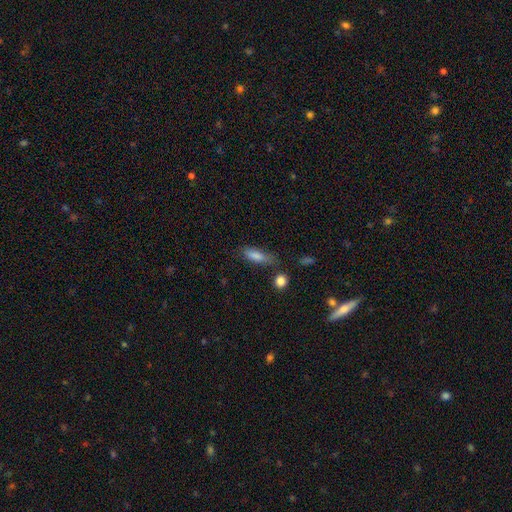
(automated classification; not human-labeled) Morphology: type=smooth (79%); roundness=cigar-shaped (50%); merging=none (65%).